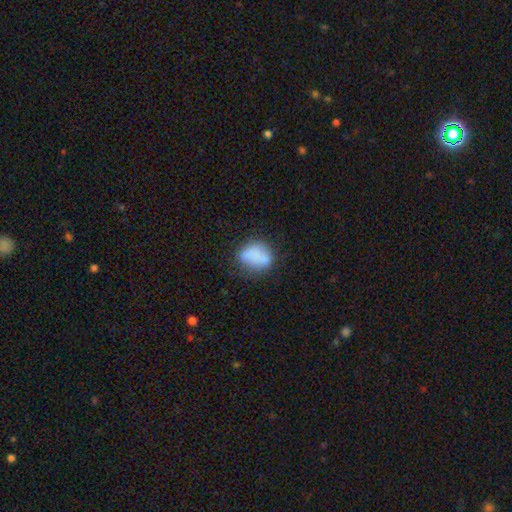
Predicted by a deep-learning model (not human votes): A smooth galaxy with no disk features (78%) that is in between round and cigar-shaped (58%). Merging: none (57%).